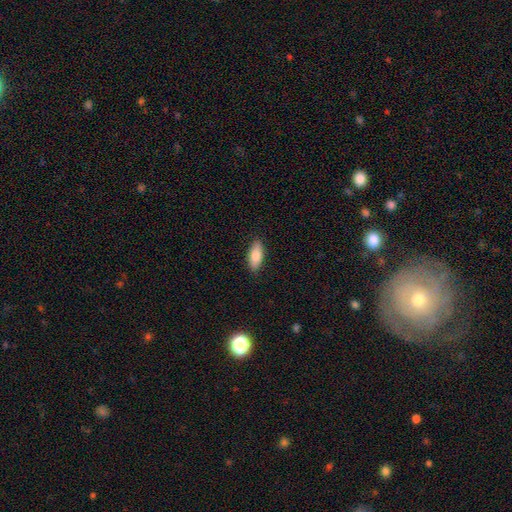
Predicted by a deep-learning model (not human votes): This appears to be a smooth galaxy with no disk features (82%) that is in between round and cigar-shaped (80%). Merging: none (89%).